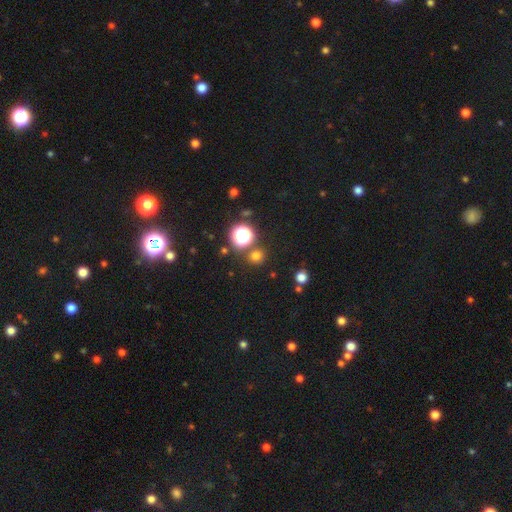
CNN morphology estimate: This appears to be a smooth galaxy with no disk features (70%) that is round (90%). Merging: none (83%).